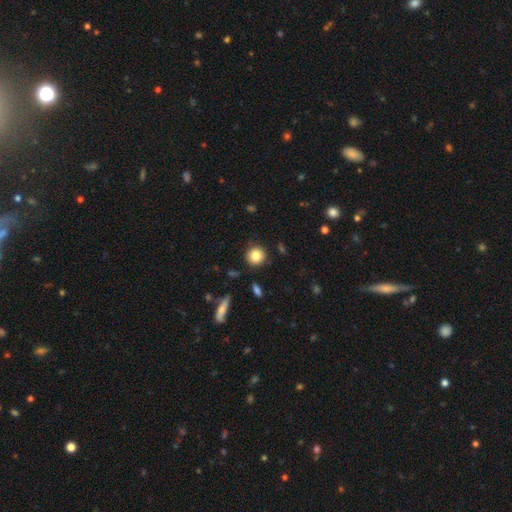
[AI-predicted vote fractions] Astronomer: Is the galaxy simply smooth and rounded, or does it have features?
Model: smooth — 83%.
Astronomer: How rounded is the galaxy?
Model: round — 90%.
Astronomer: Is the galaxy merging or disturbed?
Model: none — 88%.